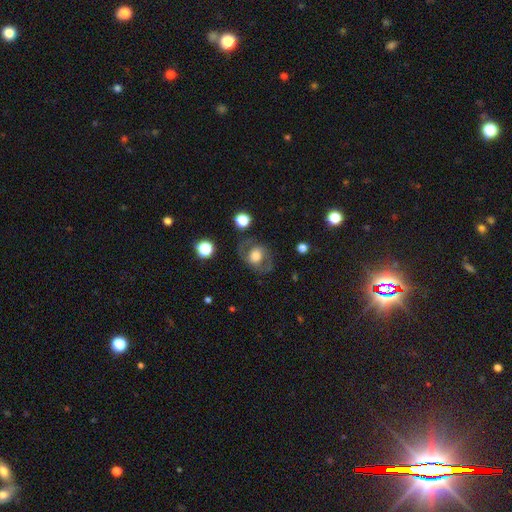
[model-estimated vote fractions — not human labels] Smooth or featured?
  - featured or disk: 49% *
  - smooth: 43%
  - star or artifact: 8%
Merging?
  - none: 70% *
  - minor disturbance: 16%
  - major disturbance: 12%
  - merger: 2%